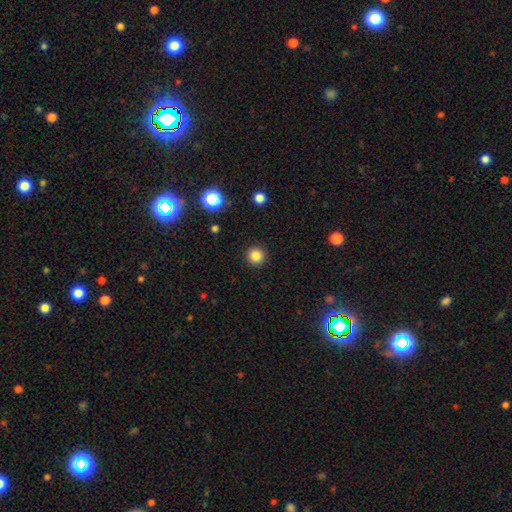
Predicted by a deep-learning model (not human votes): Q: Smooth or featured?
A: smooth (85%); runner-up: star or artifact (12%)
Q: How rounded?
A: round (95%); runner-up: in between (4%)
Q: Merging?
A: none (93%); runner-up: minor disturbance (5%)